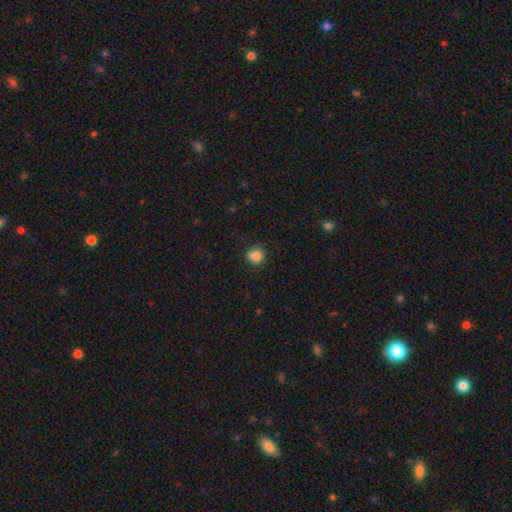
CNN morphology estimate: This is clearly a smooth galaxy (86%). How rounded: clearly round (83%). Merging: likely none (80%).